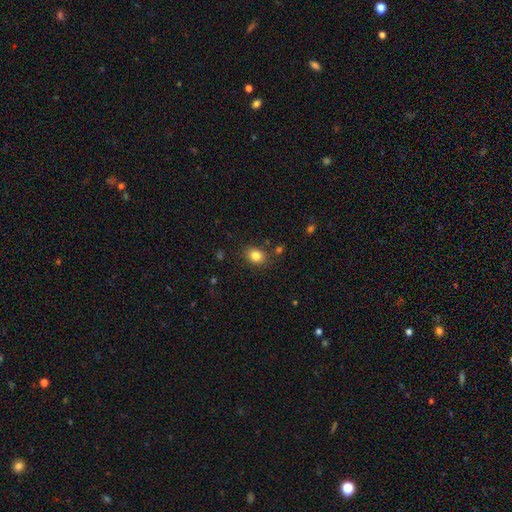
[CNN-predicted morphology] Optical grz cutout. It shows a smooth galaxy with no disk features (83%) that is in between round and cigar-shaped (53%). Merging: none (82%).